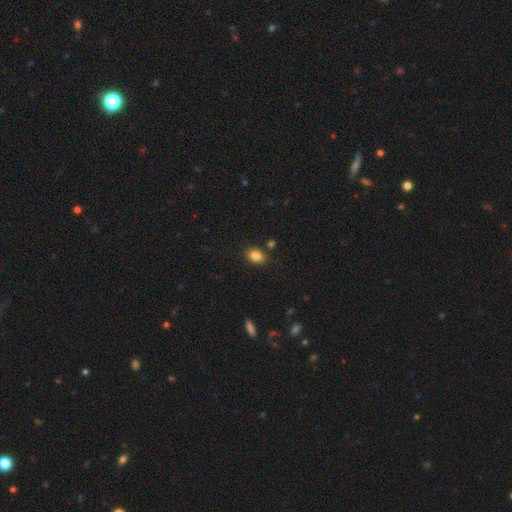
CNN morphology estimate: Smooth or featured: smooth — 84% (star or artifact — 10%)
How rounded: in between — 70% (round — 29%)
Merging: none — 82% (minor disturbance — 10%)